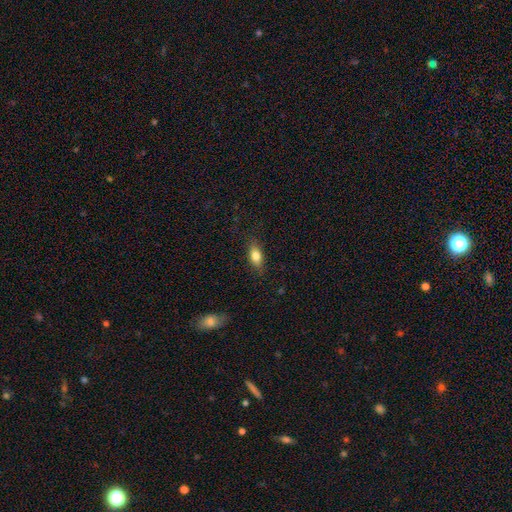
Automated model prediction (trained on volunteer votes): Q: Smooth or featured?
A: smooth (80%); runner-up: featured or disk (12%)
Q: How rounded?
A: in between (81%); runner-up: cigar-shaped (13%)
Q: Merging?
A: none (84%); runner-up: minor disturbance (12%)